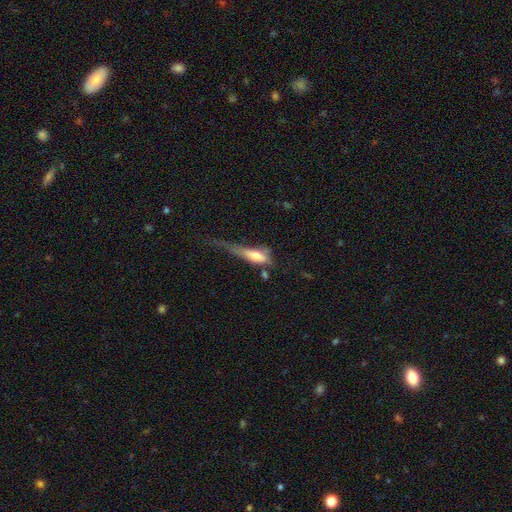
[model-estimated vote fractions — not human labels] Overall: smooth (59%; featured or disk 33%). How rounded: cigar-shaped (52%; in between 45%). Merging: major disturbance (47%; minor disturbance 26%).